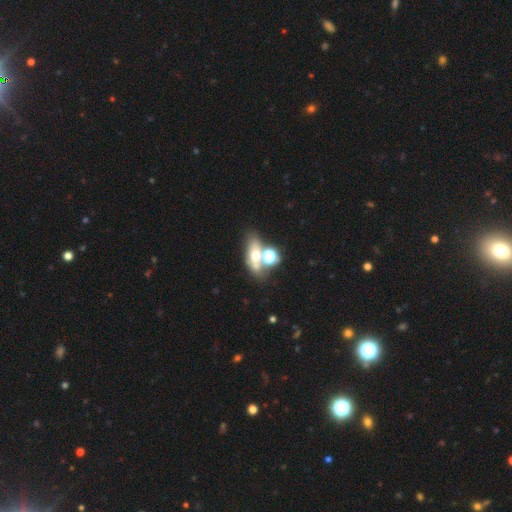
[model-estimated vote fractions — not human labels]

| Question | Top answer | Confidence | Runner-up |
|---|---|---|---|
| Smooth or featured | smooth | 50% | featured or disk (30%) |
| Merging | none | 44% | merger (36%) |